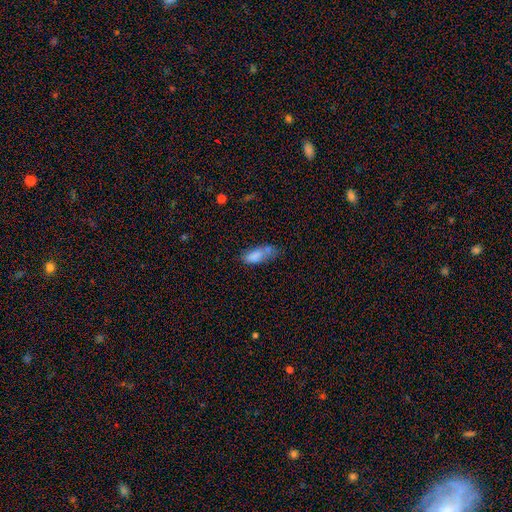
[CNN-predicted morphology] Smooth or featured? smooth (77%)
How rounded? in between (75%)
Merging? none (37%)